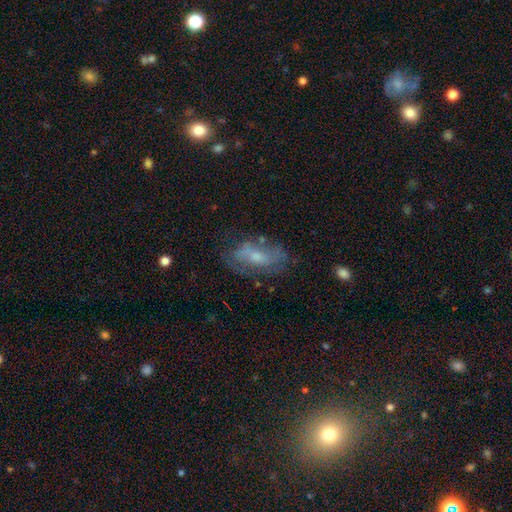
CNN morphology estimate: smooth-or-featured: featured or disk: 54% | smooth: 36% | star or artifact: 10%
  disk-edge-on: no: 89% | yes: 11%
  merging: none: 59% | minor disturbance: 23% | major disturbance: 14% | merger: 4%